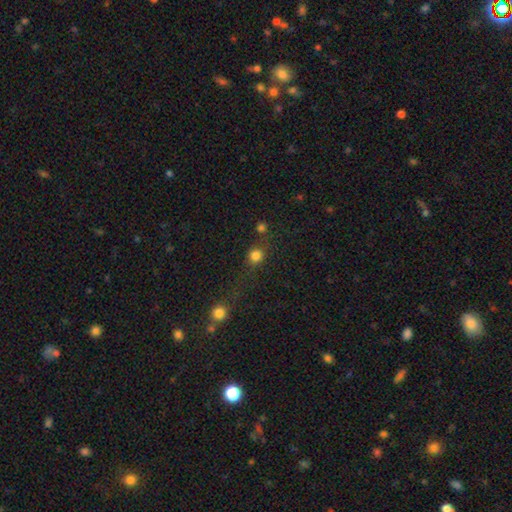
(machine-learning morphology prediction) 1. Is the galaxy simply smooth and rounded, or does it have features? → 81% smooth, 14% star or artifact, 5% featured or disk.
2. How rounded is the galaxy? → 88% round, 11% in between, 1% cigar-shaped.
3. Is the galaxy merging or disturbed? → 66% none, 15% merger, 11% minor disturbance, 8% major disturbance.